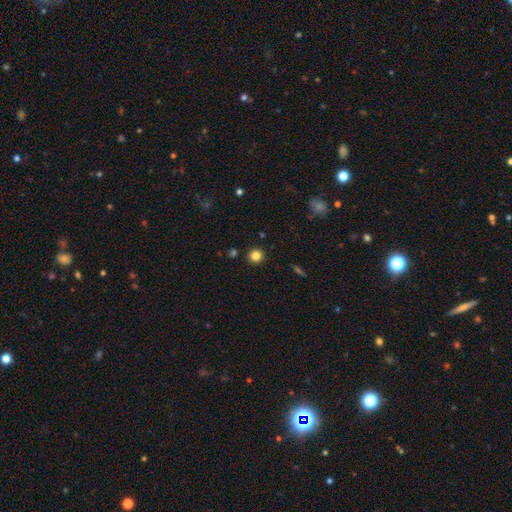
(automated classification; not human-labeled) Smooth or featured? smooth (82%)
How rounded? round (94%)
Merging? none (91%)